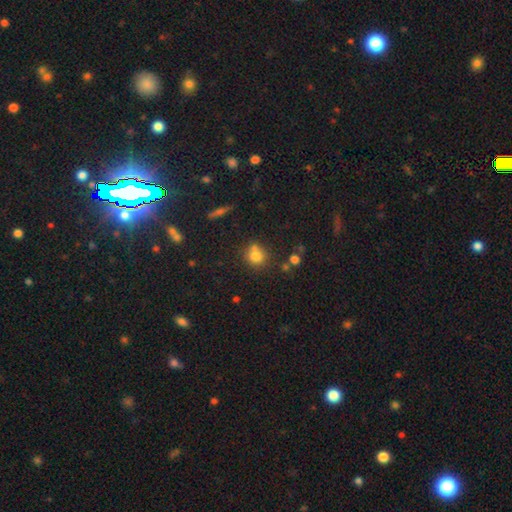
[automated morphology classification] Smooth or featured: smooth — 76% (star or artifact — 14%)
How rounded: round — 82% (in between — 17%)
Merging: none — 58% (merger — 24%)